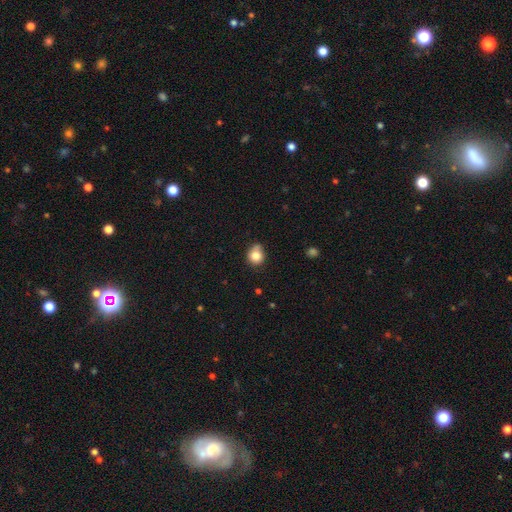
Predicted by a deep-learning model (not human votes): Smooth or featured: smooth — 82% (star or artifact — 10%)
How rounded: round — 75% (in between — 24%)
Merging: none — 56% (minor disturbance — 32%)